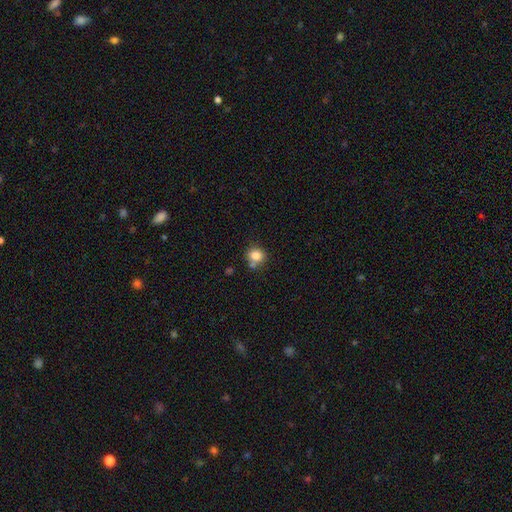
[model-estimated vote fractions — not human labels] Smooth or featured?
  - smooth: 82% *
  - star or artifact: 11%
  - featured or disk: 7%
How rounded?
  - round: 83% *
  - in between: 16%
  - cigar-shaped: 1%
Merging?
  - none: 65% *
  - merger: 17%
  - minor disturbance: 15%
  - major disturbance: 4%